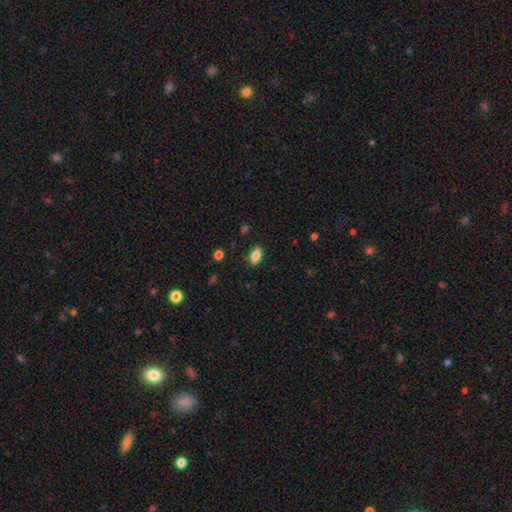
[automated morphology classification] smooth 85%, star or artifact 9%, featured or disk 7%. Down the decision tree: how rounded — in between (89%); merging — none (87%).